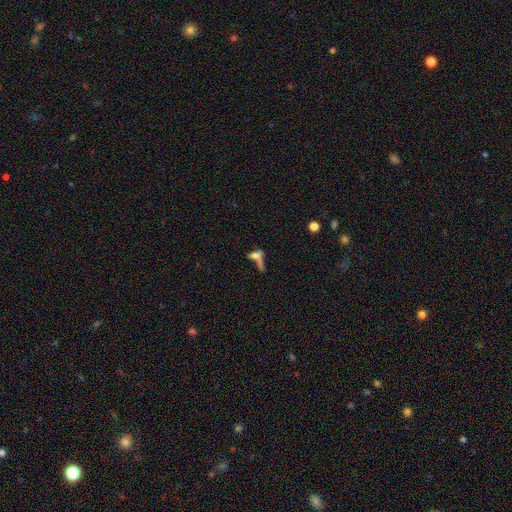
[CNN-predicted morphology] This appears to be a smooth galaxy with no disk features (49%). Merging: merger (38%).